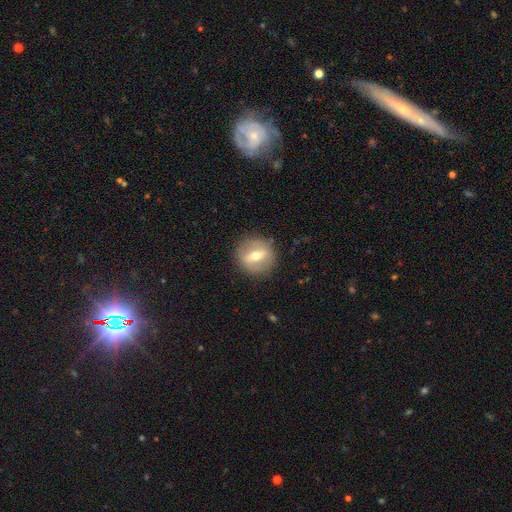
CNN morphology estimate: The model was most divided on "smooth or featured": featured or disk: 58%, smooth: 35%, star or artifact: 7%. More confident: merging — none (85%); edge-on disk — no (80%).